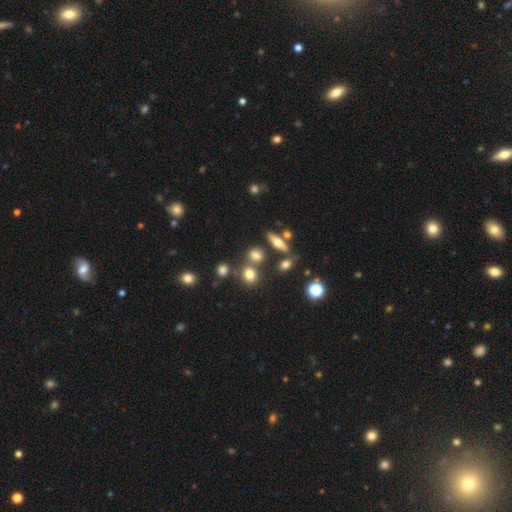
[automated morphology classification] Smooth or featured?
  - smooth: 70% *
  - featured or disk: 15%
  - star or artifact: 15%
How rounded?
  - round: 60% *
  - in between: 33%
  - cigar-shaped: 7%
Merging?
  - none: 66% *
  - merger: 17%
  - minor disturbance: 12%
  - major disturbance: 4%